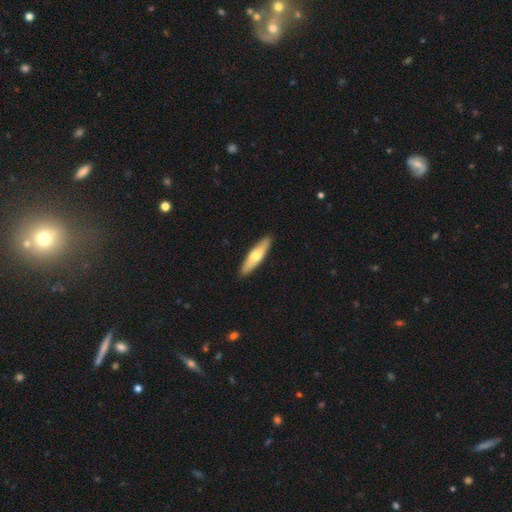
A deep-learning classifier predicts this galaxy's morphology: Smooth or featured? Predicted: smooth (p=0.58). How rounded? Predicted: cigar-shaped (p=0.73). Merging? Predicted: none (p=0.91).